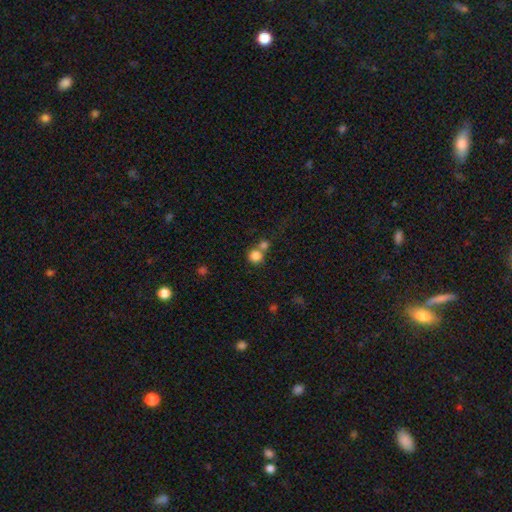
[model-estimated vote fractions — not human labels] This appears to be a smooth galaxy with no disk features (83%) that is round (90%). Merging: none (53%).